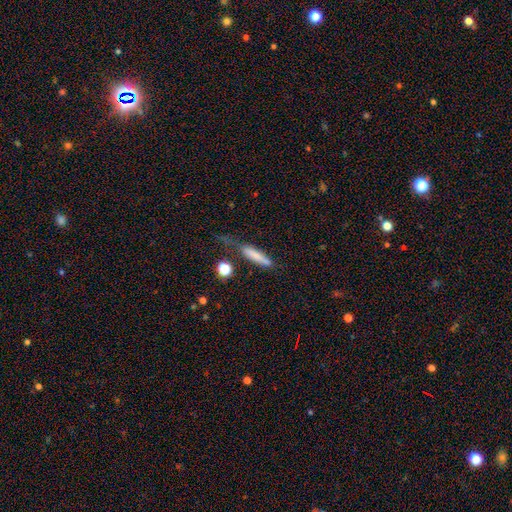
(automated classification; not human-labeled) Smooth or featured? Predicted: smooth (p=0.74). How rounded? Predicted: cigar-shaped (p=0.84). Merging? Predicted: none (p=0.53).